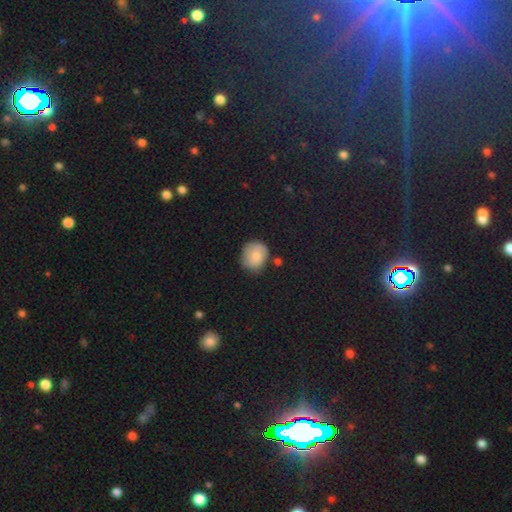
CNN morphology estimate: Smooth or featured? Predicted: smooth (p=0.78). How rounded? Predicted: round (p=0.77). Merging? Predicted: none (p=0.63).